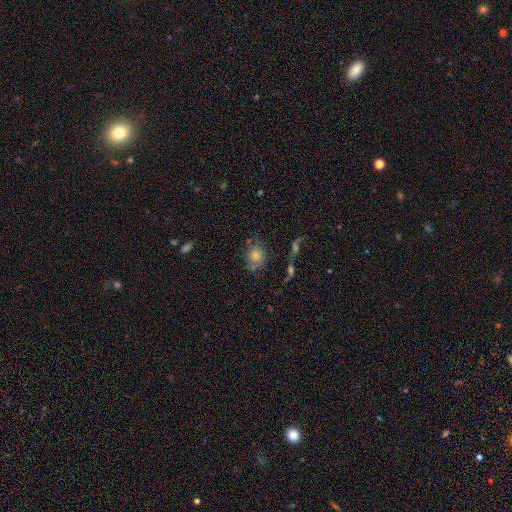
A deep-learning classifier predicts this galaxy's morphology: This appears to be a smooth galaxy with no disk features (74%) that is round (57%). Merging: none (59%).